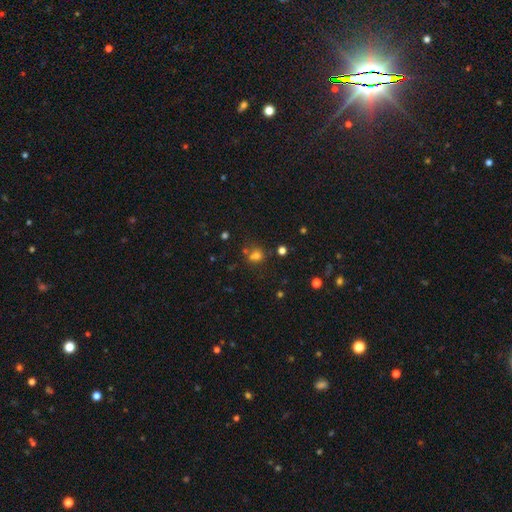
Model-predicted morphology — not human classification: A smooth galaxy with no disk features (66%) that is round (73%). Merging: none (54%).